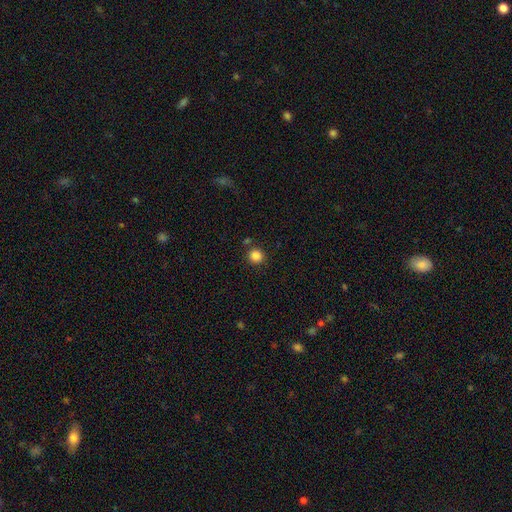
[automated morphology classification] smooth-or-featured: smooth: 86% | star or artifact: 11% | featured or disk: 4%
  how-rounded: round: 93% | in between: 6% | cigar-shaped: 1%
  merging: none: 84% | minor disturbance: 7% | merger: 6% | major disturbance: 3%